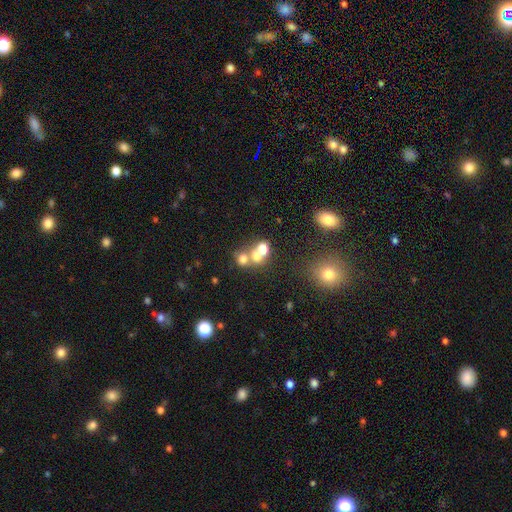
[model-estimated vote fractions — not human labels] Smooth or featured? smooth (64%)
How rounded? round (64%)
Merging? merger (60%)